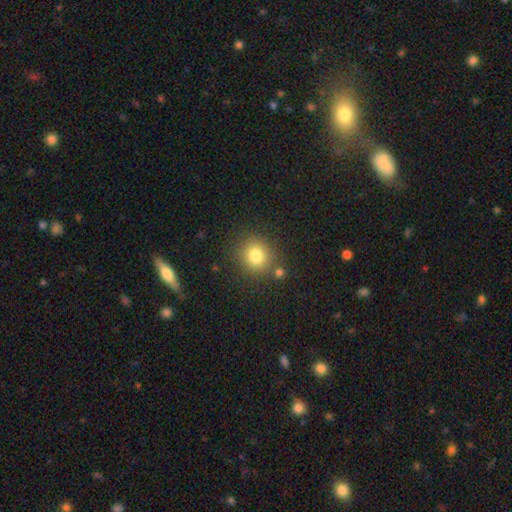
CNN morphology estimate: smooth 80%, star or artifact 13%, featured or disk 8%. Down the decision tree: how rounded — round (85%); merging — none (81%).